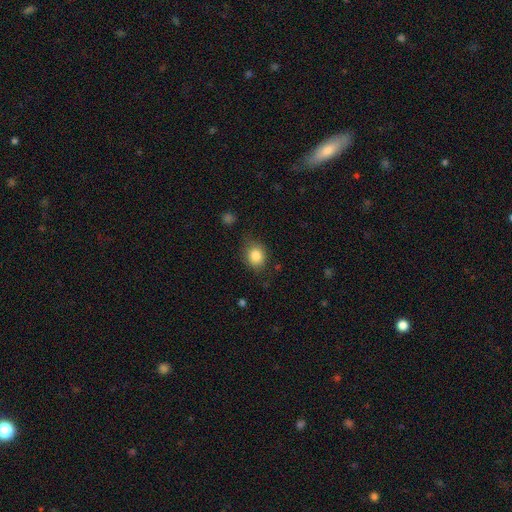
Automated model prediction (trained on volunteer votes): smooth 85%, star or artifact 9%, featured or disk 6%. Down the decision tree: how rounded — round (61%); merging — none (74%).